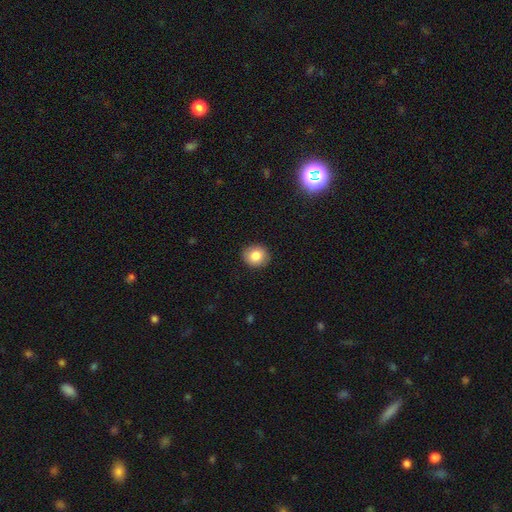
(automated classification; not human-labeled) Smooth or featured? smooth (84%)
How rounded? round (79%)
Merging? none (91%)